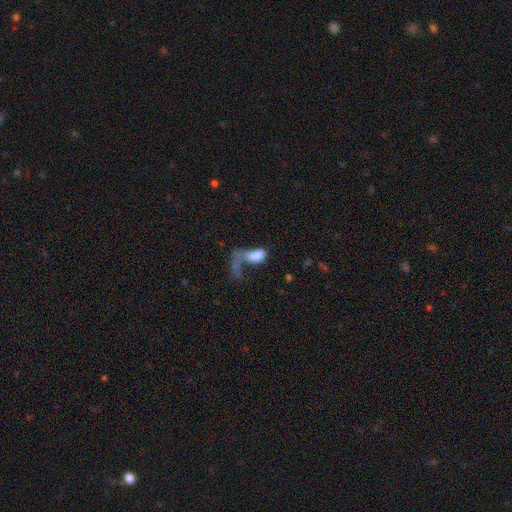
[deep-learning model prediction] smooth_or_featured: smooth (p=0.68) [alt: featured or disk p=0.21]
how_rounded: in between (p=0.86) [alt: round p=0.07]
merging: major disturbance (p=0.49) [alt: merger p=0.28]